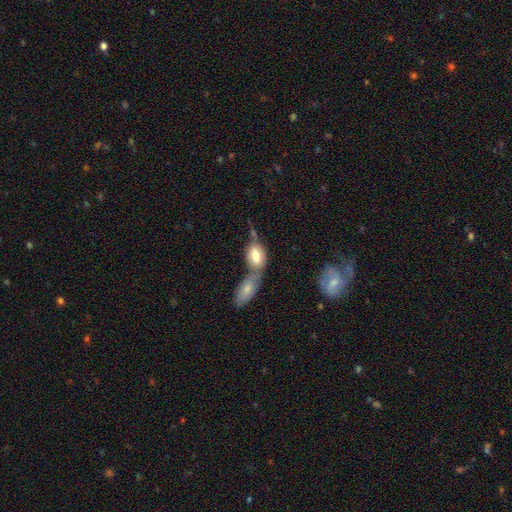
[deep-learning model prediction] Morphology: type=smooth (71%); roundness=in between (85%); merging=merger (54%).